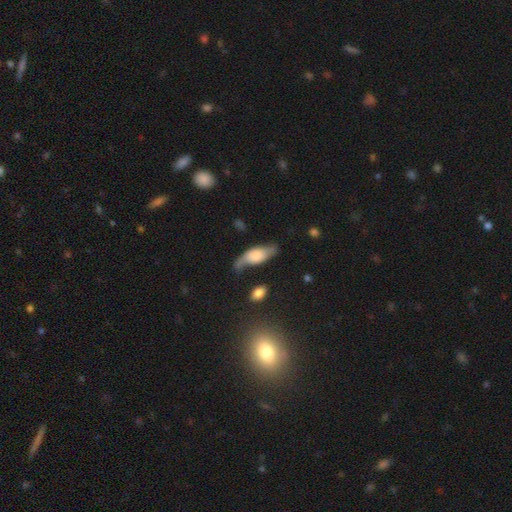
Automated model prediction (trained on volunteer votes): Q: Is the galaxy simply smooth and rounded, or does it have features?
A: smooth — 47%, tied with featured or disk.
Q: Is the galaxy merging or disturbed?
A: none — 43%.